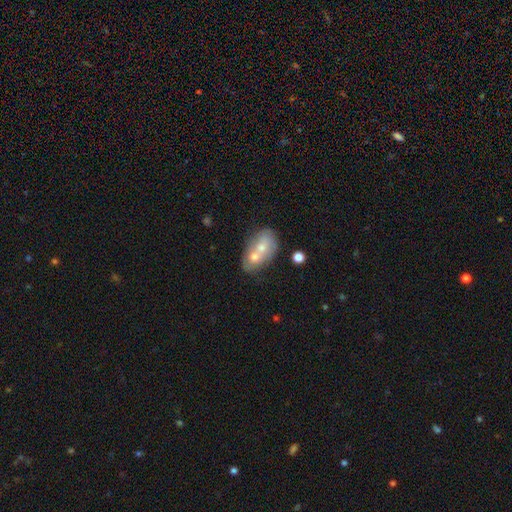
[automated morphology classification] A smooth galaxy with no disk features (54%) that is in between round and cigar-shaped (76%). Merging: merger (65%).